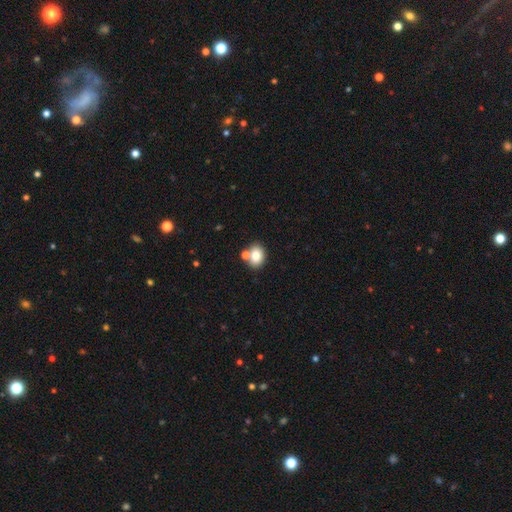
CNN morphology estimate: A smooth galaxy with no disk features (81%) that is in between round and cigar-shaped (67%).

Vote fractions:
- Smooth or featured? smooth: 81% / featured or disk: 10% / star or artifact: 9%
- How rounded? in between: 67% / round: 32% / cigar-shaped: 1%
- Merging? none: 64% / merger: 22% / minor disturbance: 11% / major disturbance: 3%